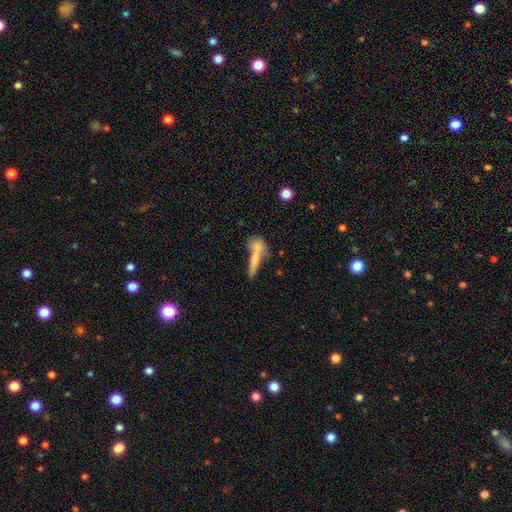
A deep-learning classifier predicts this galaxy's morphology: smooth_or_featured: smooth (p=0.62) [alt: featured or disk p=0.27]
how_rounded: cigar-shaped (p=0.80) [alt: in between p=0.16]
merging: none (p=0.41) [alt: merger p=0.27]